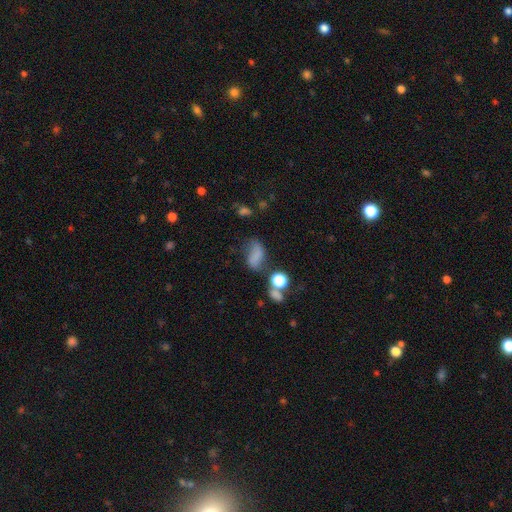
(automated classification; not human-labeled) Overall: smooth (62%). How rounded: in between (80%). Merging: none (42%; minor disturbance 26%).